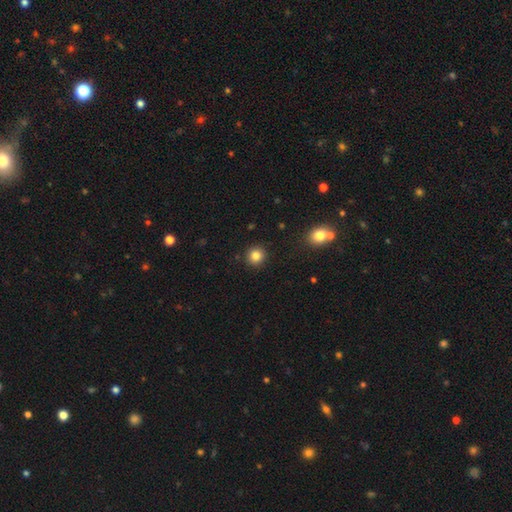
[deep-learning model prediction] Smooth or featured? Predicted: smooth (p=0.83). How rounded? Predicted: round (p=0.93). Merging? Predicted: none (p=0.91).